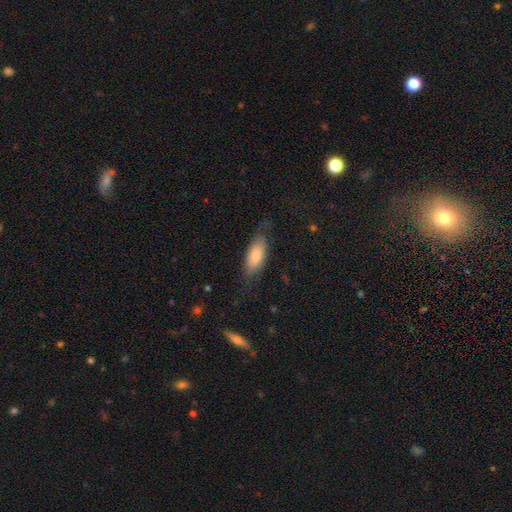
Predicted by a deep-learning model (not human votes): Smooth or featured? Predicted: smooth (p=0.78). How rounded? Predicted: in between (p=0.82). Merging? Predicted: none (p=0.67).